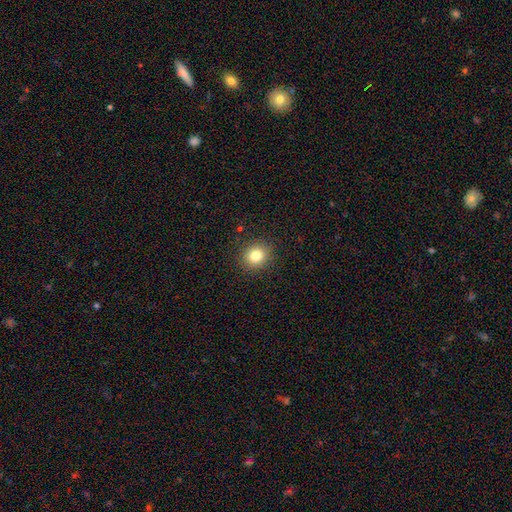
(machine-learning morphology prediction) Smooth or featured? smooth (82%)
How rounded? round (83%)
Merging? none (90%)